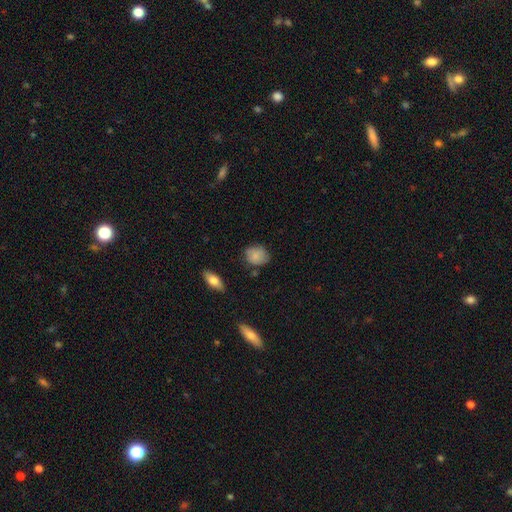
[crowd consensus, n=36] Smooth or featured: smooth — 92% (featured or disk — 6%)
How rounded: in between — 64% (round — 36%)
Merging: none — 77% (minor disturbance — 17%)